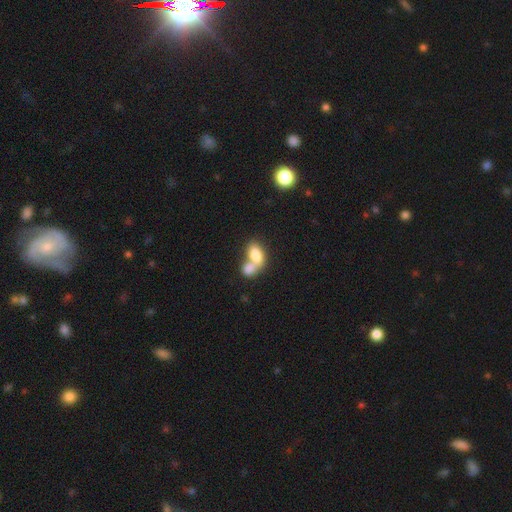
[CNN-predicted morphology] Smooth or featured? Predicted: smooth (p=0.77). How rounded? Predicted: in between (p=0.88). Merging? Predicted: merger (p=0.71).